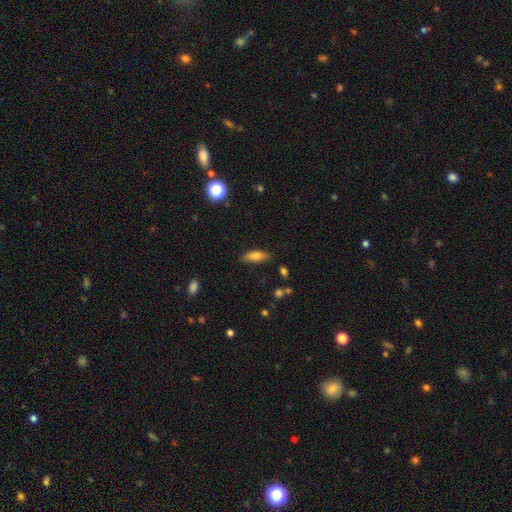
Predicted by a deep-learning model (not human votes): Smooth or featured?
  - smooth: 73% *
  - featured or disk: 19%
  - star or artifact: 8%
How rounded?
  - in between: 61% *
  - cigar-shaped: 36%
  - round: 3%
Merging?
  - none: 78% *
  - minor disturbance: 17%
  - major disturbance: 4%
  - merger: 2%